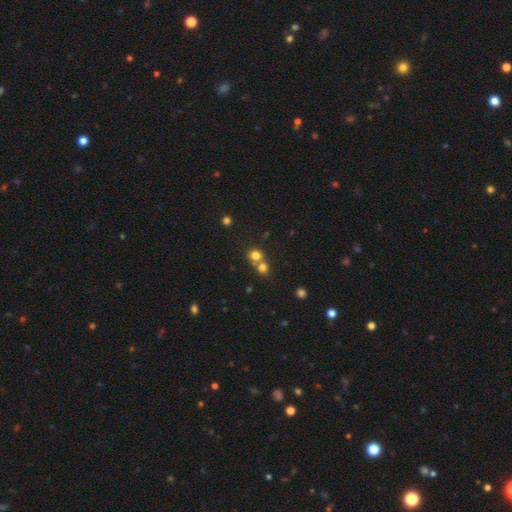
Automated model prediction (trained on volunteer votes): Morphology: type=smooth (75%); roundness=round (85%); merging=merger (47%).